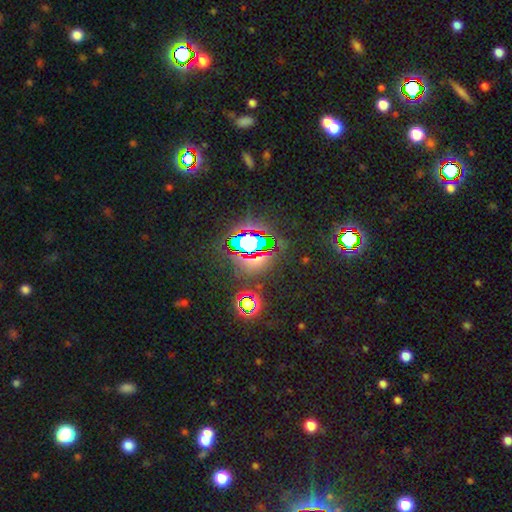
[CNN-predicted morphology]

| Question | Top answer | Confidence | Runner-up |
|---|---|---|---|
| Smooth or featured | star or artifact | 71% | smooth (18%) |